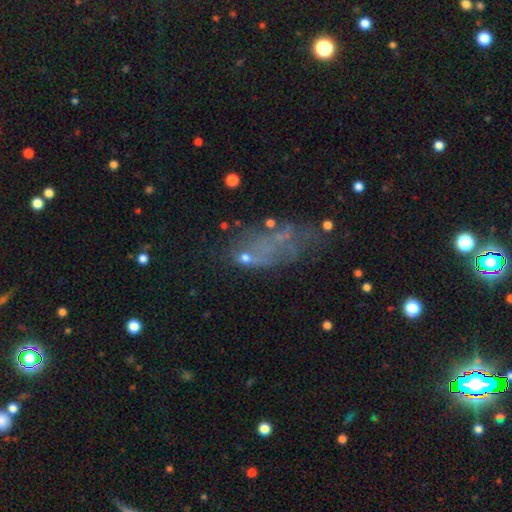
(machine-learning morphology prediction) Smooth or featured? star or artifact (40%)